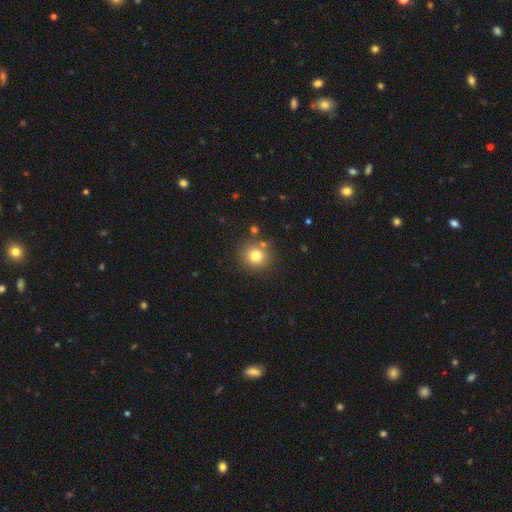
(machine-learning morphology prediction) Overall: smooth (78%). How rounded: round (88%). Merging: none (80%).